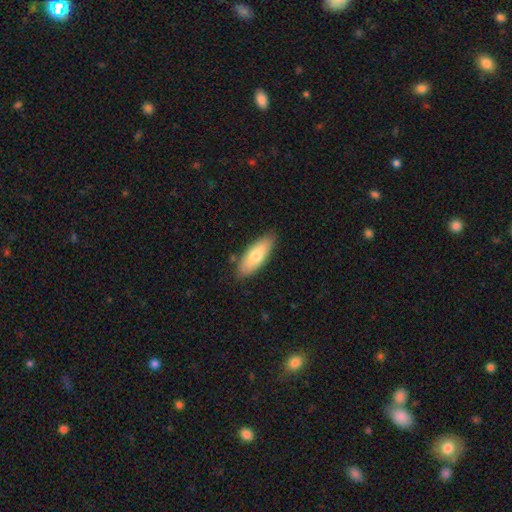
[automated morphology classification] This is likely a smooth galaxy (74%). How rounded: likely in between (72%). Merging: clearly none (83%).